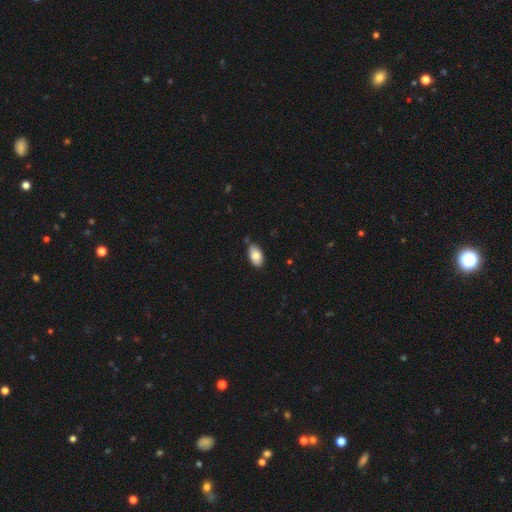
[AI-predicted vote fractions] A smooth galaxy with no disk features (85%) that is in between round and cigar-shaped (94%). Merging: none (78%).